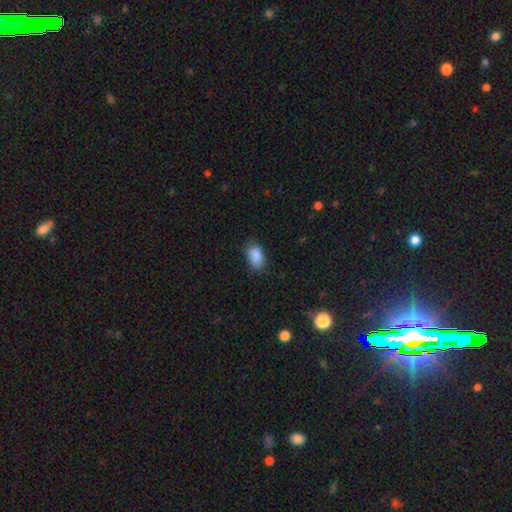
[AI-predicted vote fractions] This is clearly a smooth galaxy (89%). How rounded: clearly in between (90%). Merging: likely none (80%).